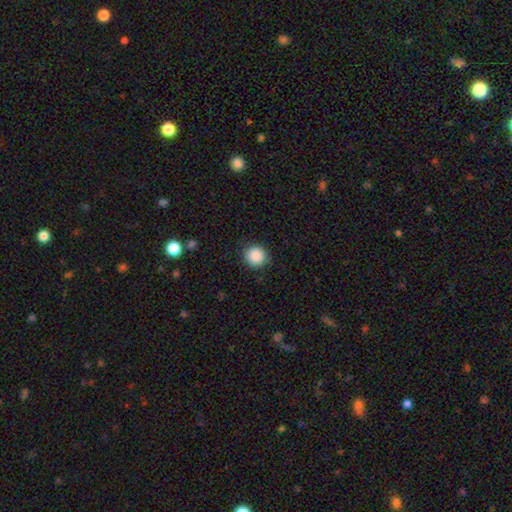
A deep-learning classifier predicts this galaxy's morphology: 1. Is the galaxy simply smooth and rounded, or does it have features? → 89% smooth, 9% star or artifact, 3% featured or disk.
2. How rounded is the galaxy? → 94% round, 5% in between, 1% cigar-shaped.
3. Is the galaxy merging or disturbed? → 90% none, 7% minor disturbance, 2% major disturbance, 1% merger.